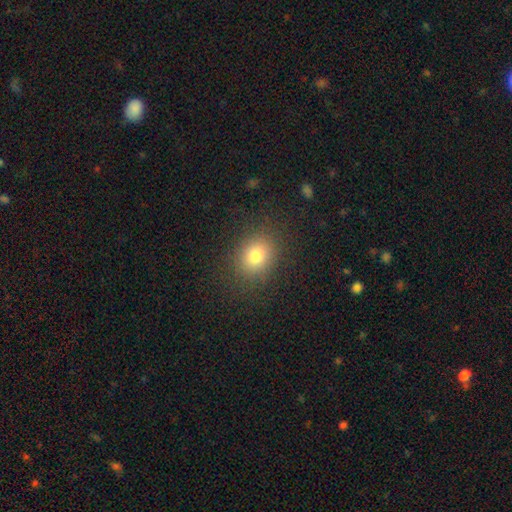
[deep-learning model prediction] Smooth or featured? Predicted: smooth (p=0.79). How rounded? Predicted: round (p=0.53). Merging? Predicted: none (p=0.86).